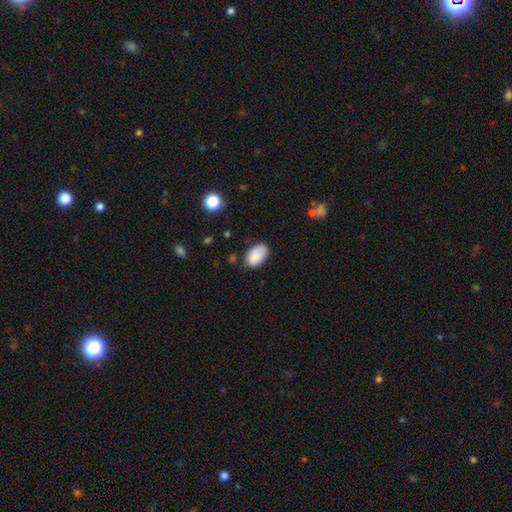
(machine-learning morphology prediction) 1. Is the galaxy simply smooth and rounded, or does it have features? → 84% smooth, 8% featured or disk, 8% star or artifact.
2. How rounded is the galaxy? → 92% in between, 7% round, 1% cigar-shaped.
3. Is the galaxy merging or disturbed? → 69% none, 23% minor disturbance, 5% major disturbance, 3% merger.